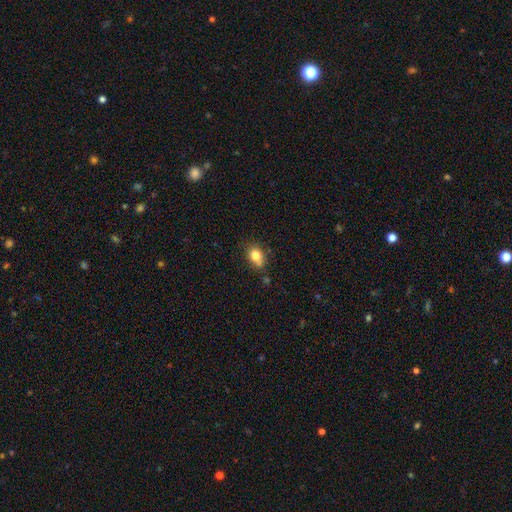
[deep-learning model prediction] Smooth or featured?
  - smooth: 80% *
  - star or artifact: 10%
  - featured or disk: 10%
How rounded?
  - in between: 60% *
  - round: 38%
  - cigar-shaped: 2%
Merging?
  - none: 62% *
  - minor disturbance: 24%
  - merger: 9%
  - major disturbance: 5%